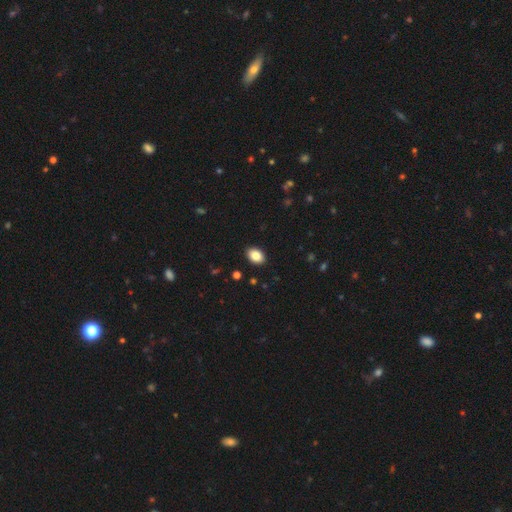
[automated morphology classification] smooth_or_featured: smooth (p=0.86) [alt: star or artifact p=0.08]
how_rounded: in between (p=0.81) [alt: round p=0.18]
merging: none (p=0.91) [alt: minor disturbance p=0.07]